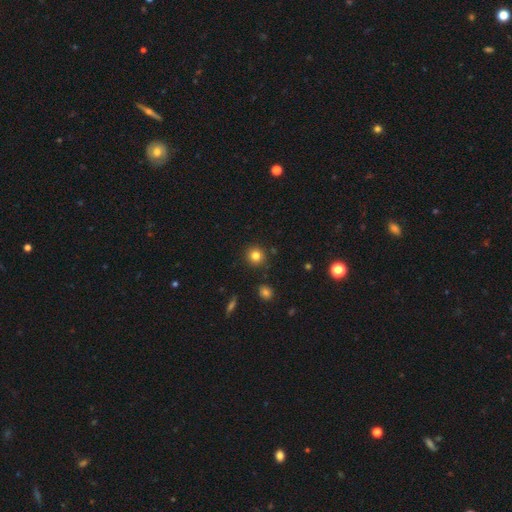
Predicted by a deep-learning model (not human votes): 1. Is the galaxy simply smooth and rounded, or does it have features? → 81% smooth, 12% star or artifact, 7% featured or disk.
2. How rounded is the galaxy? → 91% round, 8% in between, 1% cigar-shaped.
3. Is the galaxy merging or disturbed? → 88% none, 7% minor disturbance, 3% merger, 2% major disturbance.